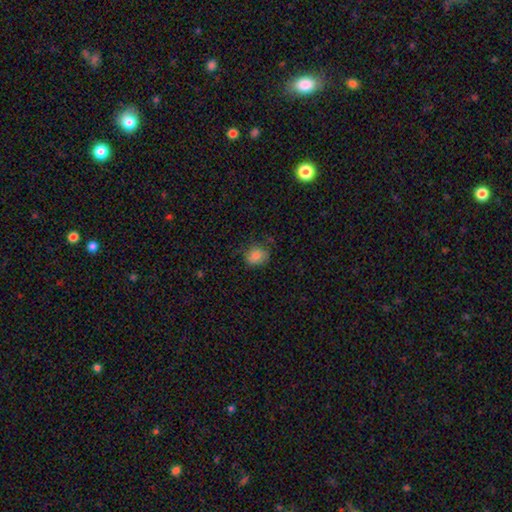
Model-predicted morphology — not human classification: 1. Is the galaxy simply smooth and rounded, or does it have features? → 84% smooth, 9% star or artifact, 6% featured or disk.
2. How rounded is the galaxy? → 66% round, 33% in between, 1% cigar-shaped.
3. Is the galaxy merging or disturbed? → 71% none, 22% minor disturbance, 6% major disturbance, 2% merger.